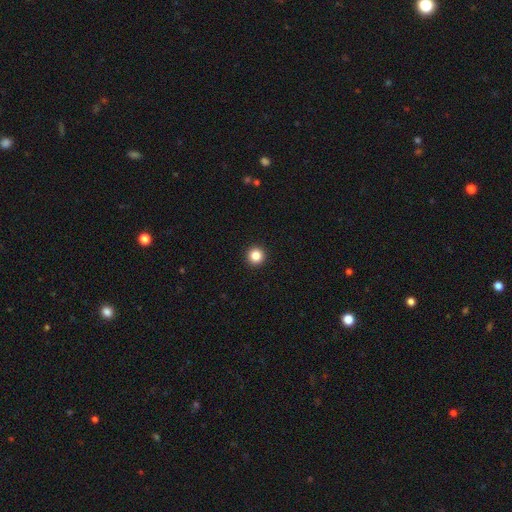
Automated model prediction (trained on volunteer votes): This is clearly a smooth galaxy (85%). How rounded: clearly round (96%). Merging: clearly none (94%).